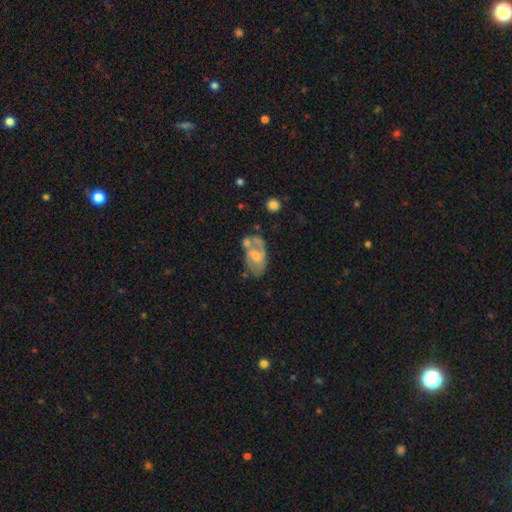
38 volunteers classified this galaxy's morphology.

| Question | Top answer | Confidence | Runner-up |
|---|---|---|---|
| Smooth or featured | featured or disk | 74% | smooth (24%) |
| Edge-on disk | no | 96% | yes (4%) |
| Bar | weak | 74% | no (26%) |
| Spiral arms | yes | 70% | no (30%) |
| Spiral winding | medium | 58% | tight (21%) |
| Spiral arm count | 2 | 100% | — |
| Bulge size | moderate | 56% | small (37%) |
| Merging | merger | 49% | none (22%) |